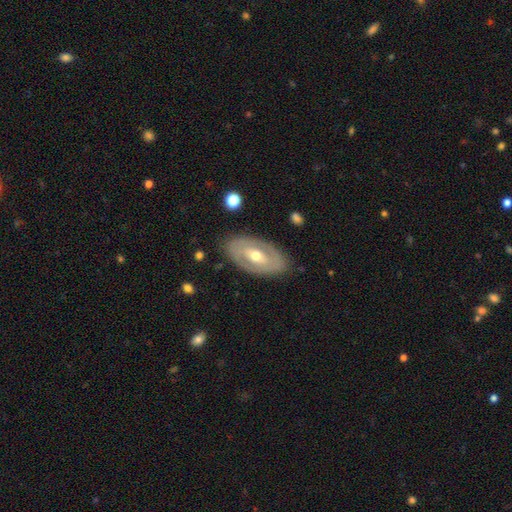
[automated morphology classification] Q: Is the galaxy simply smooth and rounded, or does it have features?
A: featured or disk — 67%.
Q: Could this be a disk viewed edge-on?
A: no — 90%.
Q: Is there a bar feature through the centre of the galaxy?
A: no — 45%.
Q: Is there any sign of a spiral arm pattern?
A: no — 60%.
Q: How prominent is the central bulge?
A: moderate — 65%.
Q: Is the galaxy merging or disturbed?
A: none — 83%.